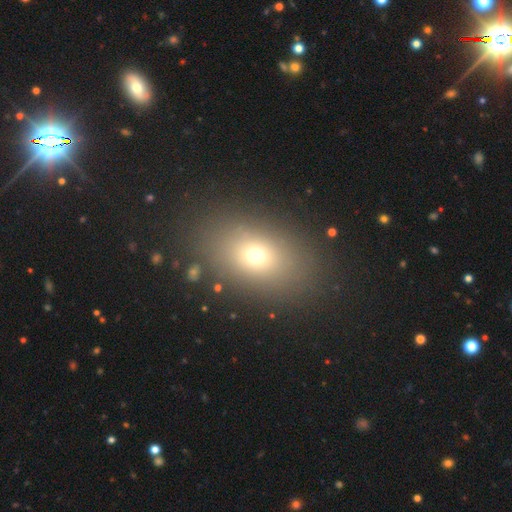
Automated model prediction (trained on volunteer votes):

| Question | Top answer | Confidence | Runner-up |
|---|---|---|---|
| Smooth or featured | smooth | 67% | star or artifact (18%) |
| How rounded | in between | 69% | round (29%) |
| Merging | none | 84% | minor disturbance (9%) |